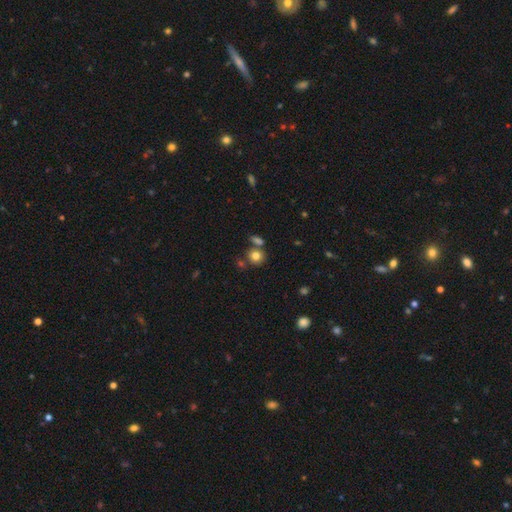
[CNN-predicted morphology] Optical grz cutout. It shows a smooth galaxy with no disk features (80%) that is round (82%). Merging: none (67%).